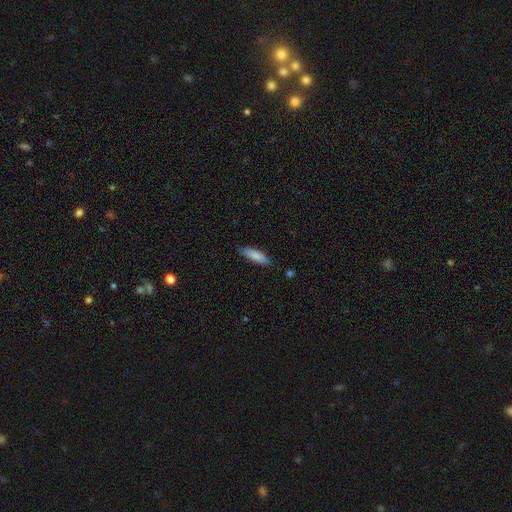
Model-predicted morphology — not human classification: This is clearly a smooth galaxy (83%). How rounded: possibly cigar-shaped (58%). Merging: clearly none (83%).